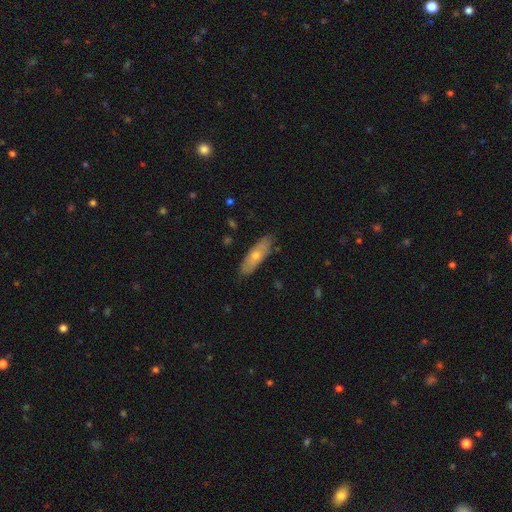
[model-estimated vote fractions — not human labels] Smooth or featured? Predicted: smooth (p=0.55). How rounded? Predicted: cigar-shaped (p=0.55). Merging? Predicted: none (p=0.86).